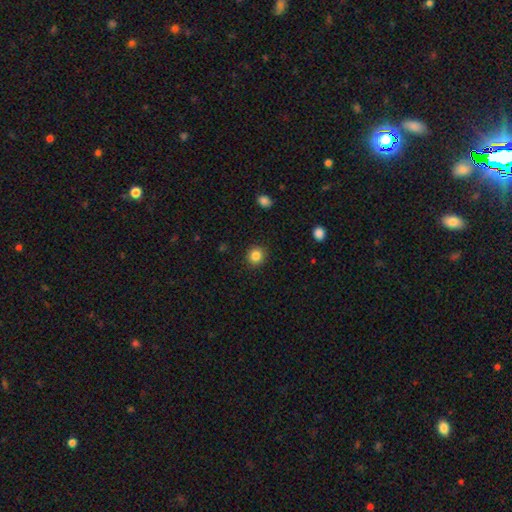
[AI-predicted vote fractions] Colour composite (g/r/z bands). It shows a smooth galaxy with no disk features (85%) that is round (89%). Merging: none (91%).